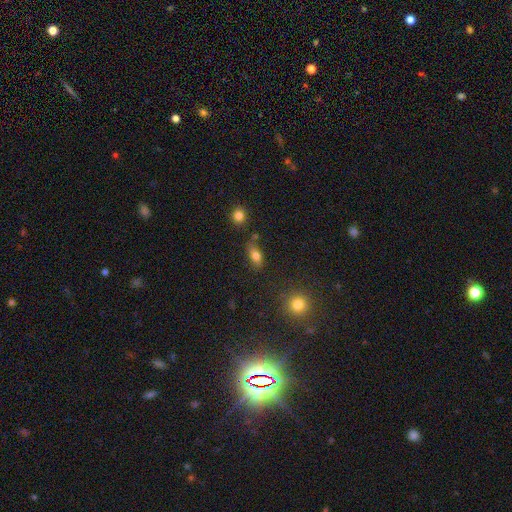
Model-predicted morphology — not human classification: The model was most divided on "merging": none: 69%, minor disturbance: 18%, merger: 7%, major disturbance: 5%. More confident: how rounded — in between (79%); smooth or featured — smooth (78%).